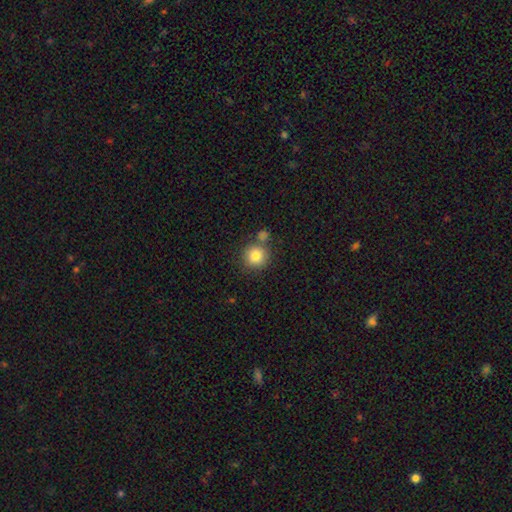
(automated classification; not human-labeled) Overall: smooth (83%). How rounded: round (92%). Merging: none (69%).